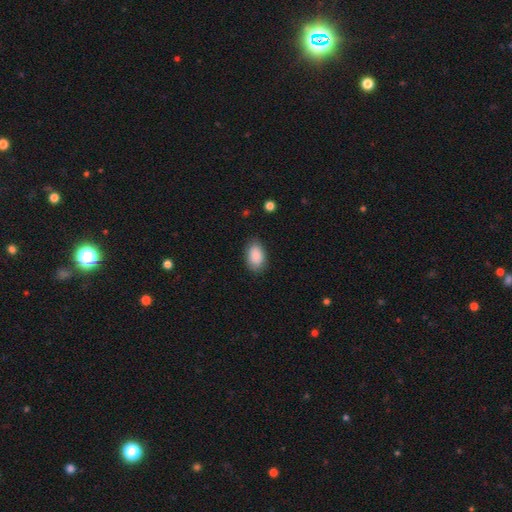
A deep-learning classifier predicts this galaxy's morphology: smooth_or_featured: smooth (p=0.89) [alt: star or artifact p=0.06]
how_rounded: in between (p=0.92) [alt: round p=0.07]
merging: none (p=0.82) [alt: minor disturbance p=0.14]